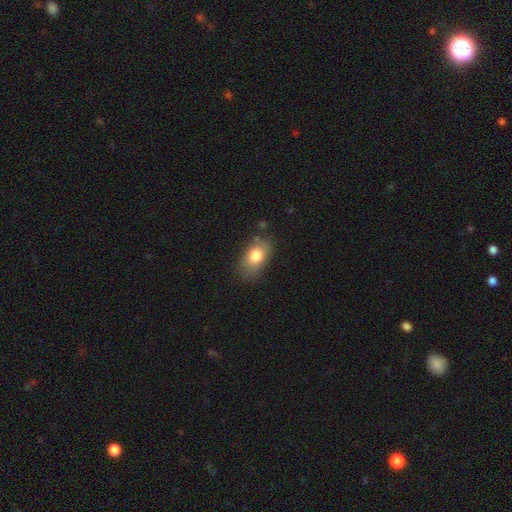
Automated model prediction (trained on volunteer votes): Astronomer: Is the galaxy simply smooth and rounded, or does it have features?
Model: smooth — 79%.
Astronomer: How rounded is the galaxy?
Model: in between — 86%.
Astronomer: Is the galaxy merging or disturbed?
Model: none — 70%.